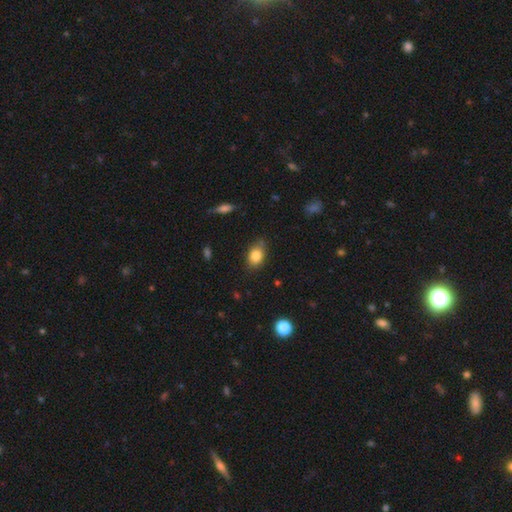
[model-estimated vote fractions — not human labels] This appears to be a smooth galaxy with no disk features (83%) that is in between round and cigar-shaped (76%). Merging: none (74%).